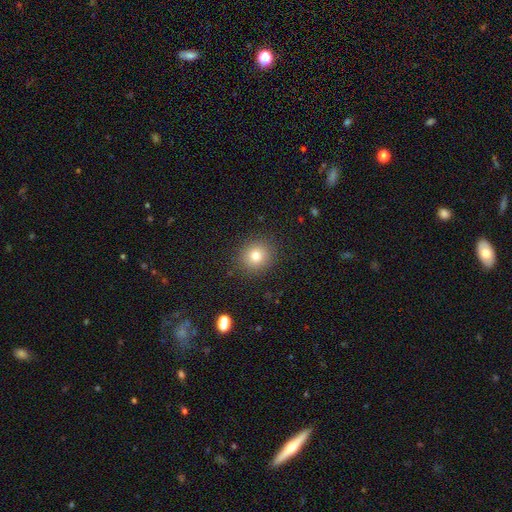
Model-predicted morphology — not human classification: Q: Smooth or featured?
A: smooth (78%); runner-up: star or artifact (13%)
Q: How rounded?
A: round (84%); runner-up: in between (15%)
Q: Merging?
A: none (89%); runner-up: minor disturbance (7%)